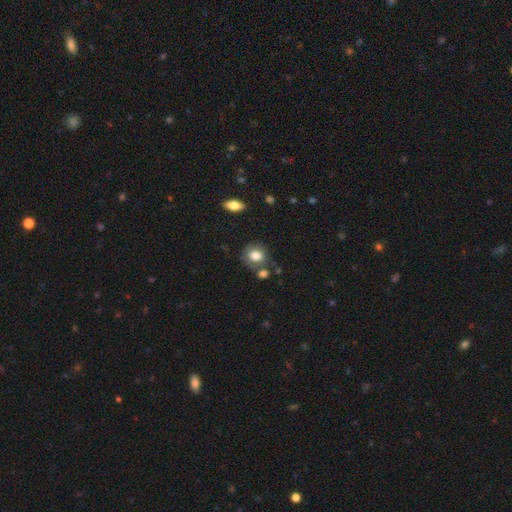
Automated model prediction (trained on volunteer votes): Overall: smooth (81%). How rounded: round (64%; in between 35%). Merging: none (68%).